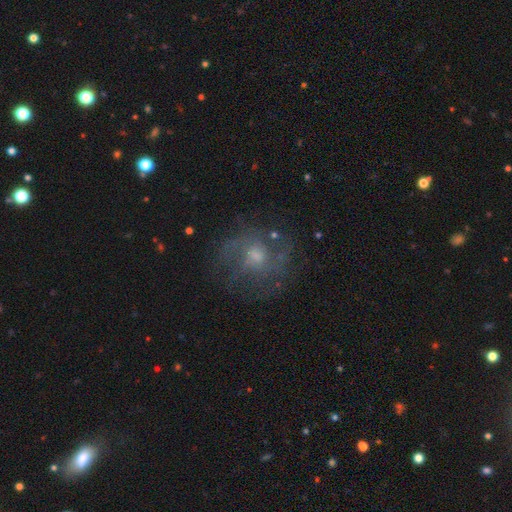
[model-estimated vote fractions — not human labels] Overall: featured or disk (62%; smooth 25%). Edge-on disk: no (97%). Bar: no (71%). Spiral arms: yes (72%). Bulge size: moderate (51%; small 35%). Merging: none (67%).